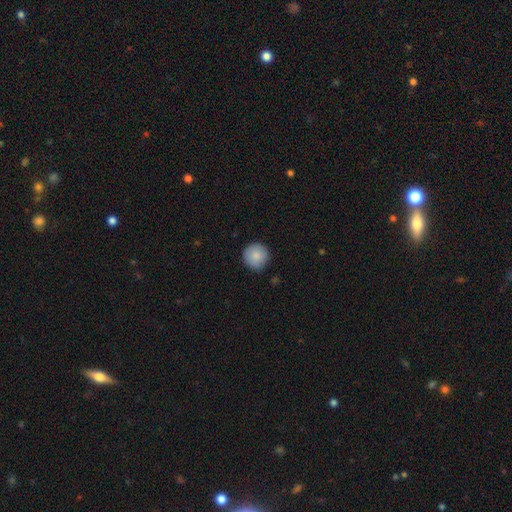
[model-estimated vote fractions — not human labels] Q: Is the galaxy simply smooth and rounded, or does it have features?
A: smooth — 86%.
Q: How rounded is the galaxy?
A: round — 95%.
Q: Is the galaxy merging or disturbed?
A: none — 87%.